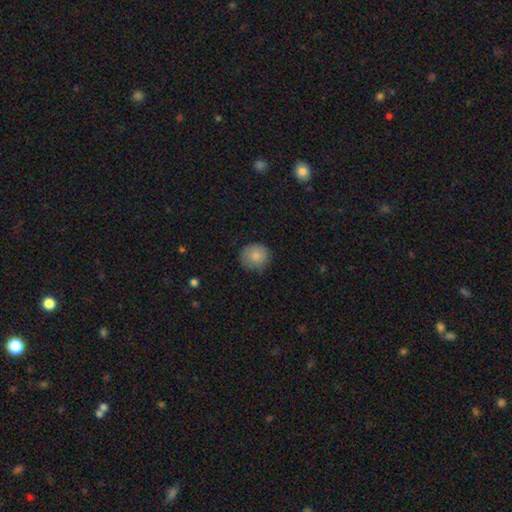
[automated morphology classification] smooth_or_featured: smooth (p=0.84) [alt: featured or disk p=0.09]
how_rounded: round (p=0.91) [alt: in between p=0.08]
merging: none (p=0.77) [alt: minor disturbance p=0.18]